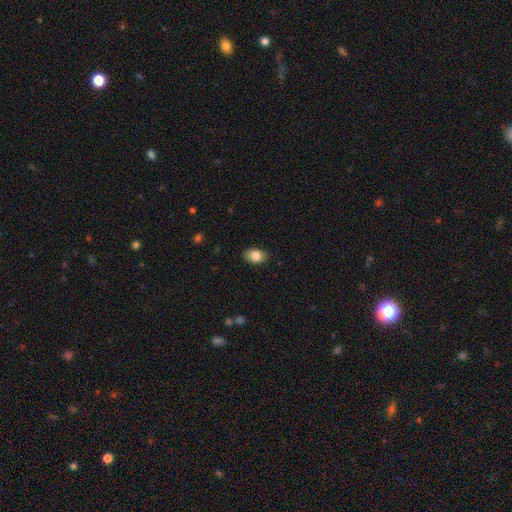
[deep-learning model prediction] Smooth or featured: smooth — 83% (featured or disk — 9%)
How rounded: in between — 80% (round — 19%)
Merging: none — 85% (minor disturbance — 12%)